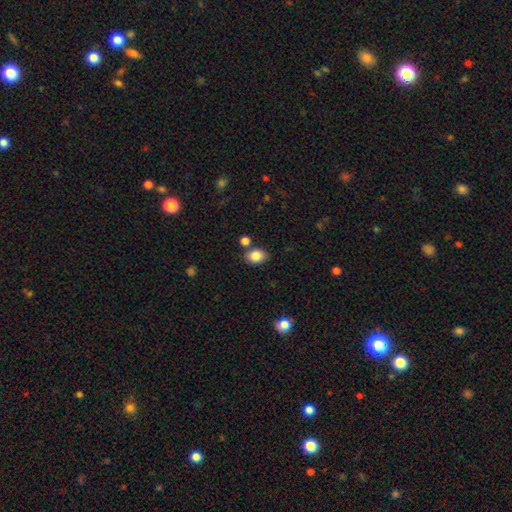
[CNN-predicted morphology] smooth 85%, star or artifact 9%, featured or disk 6%. Down the decision tree: how rounded — in between (72%); merging — none (76%).